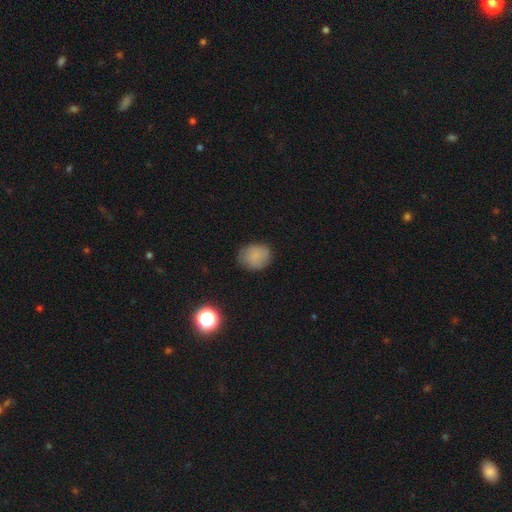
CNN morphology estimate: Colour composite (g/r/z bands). It shows a smooth galaxy with no disk features (81%) that is round (63%). Merging: none (77%).